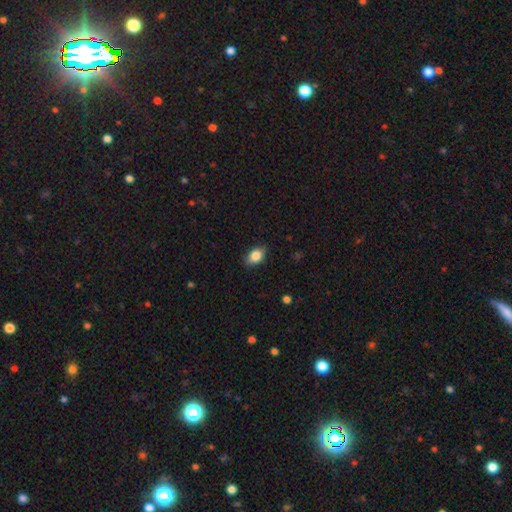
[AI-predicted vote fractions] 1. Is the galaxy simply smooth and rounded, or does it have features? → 83% smooth, 9% featured or disk, 8% star or artifact.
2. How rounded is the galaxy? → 84% in between, 14% round, 2% cigar-shaped.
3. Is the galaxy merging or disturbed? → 85% none, 12% minor disturbance, 2% major disturbance, 1% merger.